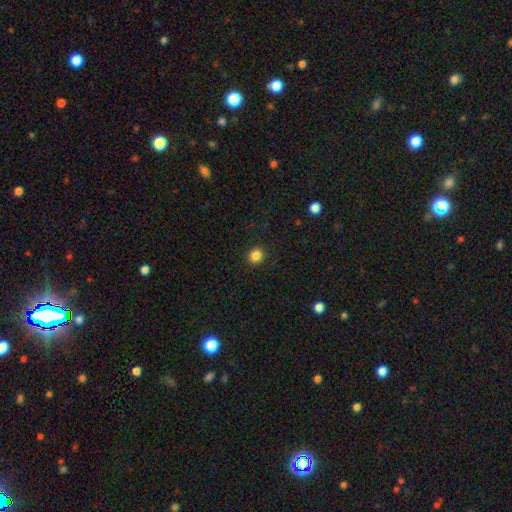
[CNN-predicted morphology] Smooth or featured: smooth — 85% (star or artifact — 11%)
How rounded: round — 86% (in between — 13%)
Merging: none — 92% (minor disturbance — 5%)